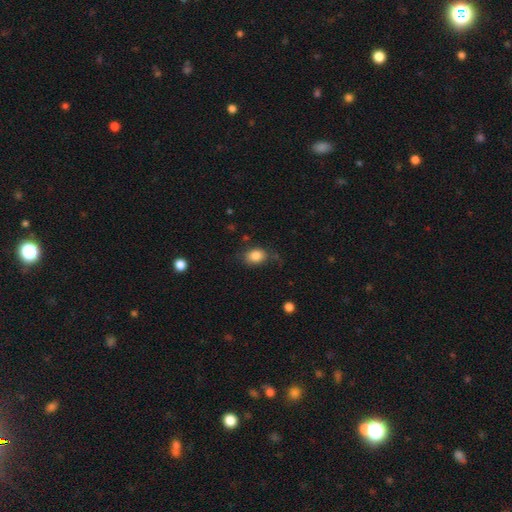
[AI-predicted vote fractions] smooth_or_featured: smooth (p=0.85) [alt: star or artifact p=0.09]
how_rounded: in between (p=0.64) [alt: round p=0.35]
merging: none (p=0.70) [alt: minor disturbance p=0.21]